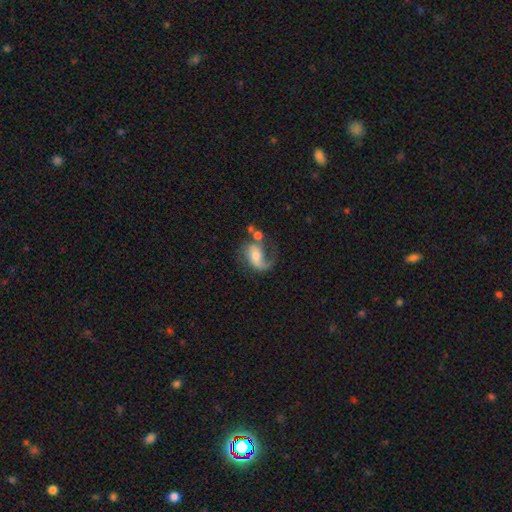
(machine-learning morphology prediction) Overall: featured or disk (71%). Edge-on disk: no (97%). Bar: no (50%; weak 37%). Spiral arms: yes (90%). Spiral arm count: 1 (57%; 2 36%). Spiral winding: loose (55%; medium 35%). Bulge size: moderate (52%; small 29%). Merging: none (34%; major disturbance 31%).